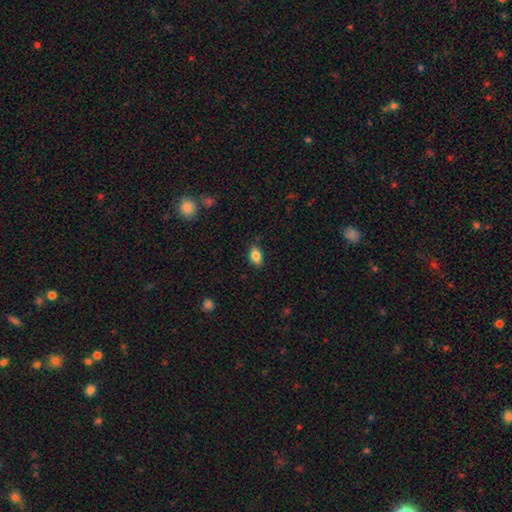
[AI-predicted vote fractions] Q: Smooth or featured?
A: smooth (82%); runner-up: featured or disk (10%)
Q: How rounded?
A: in between (88%); runner-up: round (8%)
Q: Merging?
A: none (86%); runner-up: minor disturbance (11%)